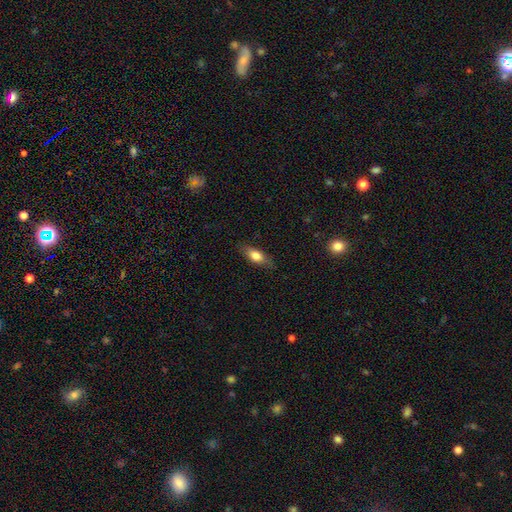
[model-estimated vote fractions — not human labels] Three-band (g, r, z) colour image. It shows a smooth galaxy with no disk features (73%) that is in between round and cigar-shaped (74%). Merging: none (82%).